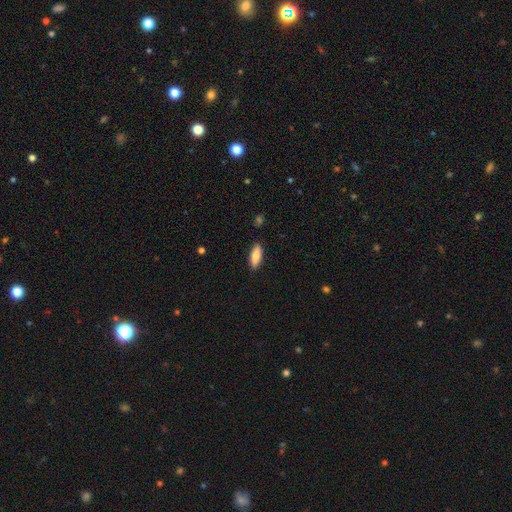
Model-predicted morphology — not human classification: smooth 78%, featured or disk 16%, star or artifact 6%. Down the decision tree: how rounded — in between (68%); merging — none (89%).